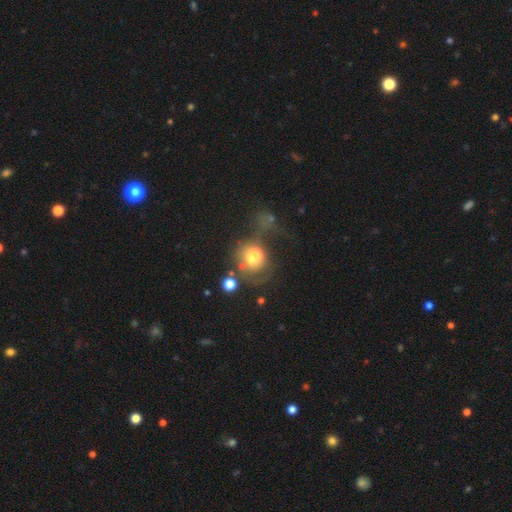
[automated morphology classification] smooth 59%, featured or disk 26%, star or artifact 15%. Down the decision tree: how rounded — round (71%); merging — major disturbance (40%).